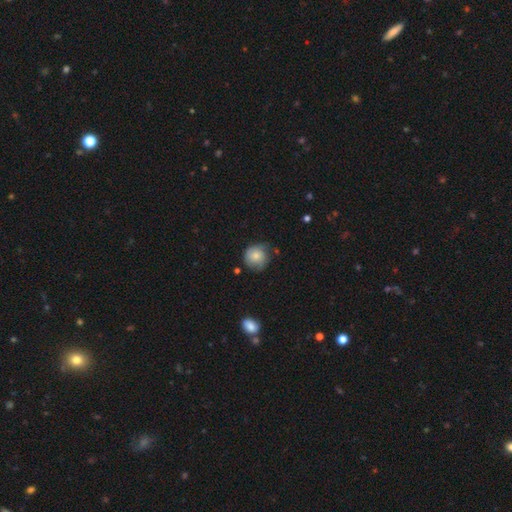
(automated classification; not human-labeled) The model was most divided on "merging": none: 57%, minor disturbance: 32%, major disturbance: 8%, merger: 2%. More confident: how rounded — round (88%); smooth or featured — smooth (74%).